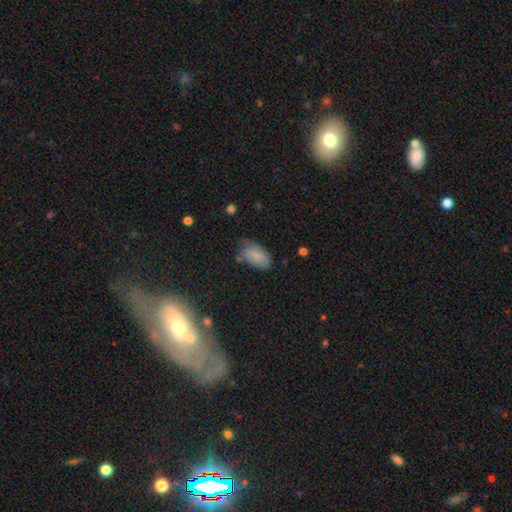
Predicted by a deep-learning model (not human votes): A smooth galaxy with no disk features (81%) that is in between round and cigar-shaped (93%). Merging: none (52%).